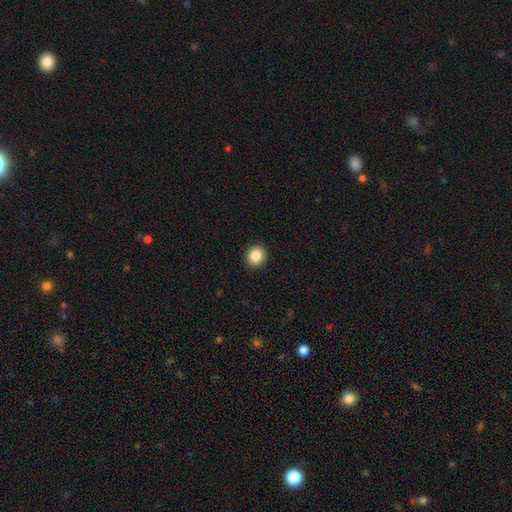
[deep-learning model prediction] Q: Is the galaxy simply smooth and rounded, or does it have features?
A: smooth — 85%.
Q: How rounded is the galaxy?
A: round — 92%.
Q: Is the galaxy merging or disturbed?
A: none — 93%.